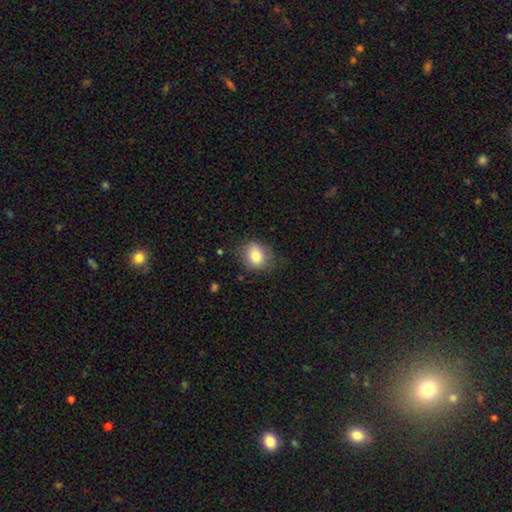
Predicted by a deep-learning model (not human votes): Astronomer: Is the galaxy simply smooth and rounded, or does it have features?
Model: smooth — 79%.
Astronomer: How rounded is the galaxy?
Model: round — 61% (runner-up: in between, 38%).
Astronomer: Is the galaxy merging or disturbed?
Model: none — 75%.